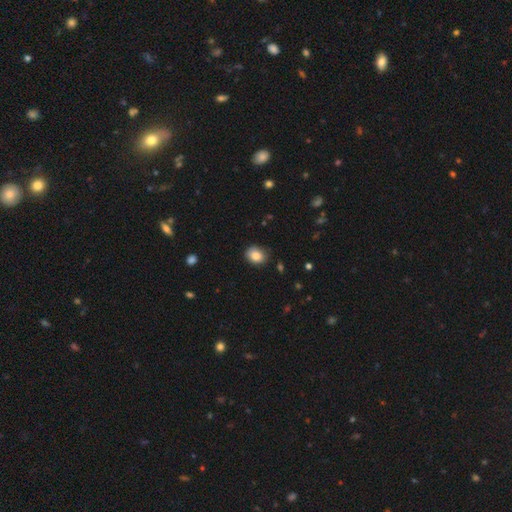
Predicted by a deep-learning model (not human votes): This is clearly a smooth galaxy (84%). How rounded: possibly in between (50%). Merging: clearly none (82%).